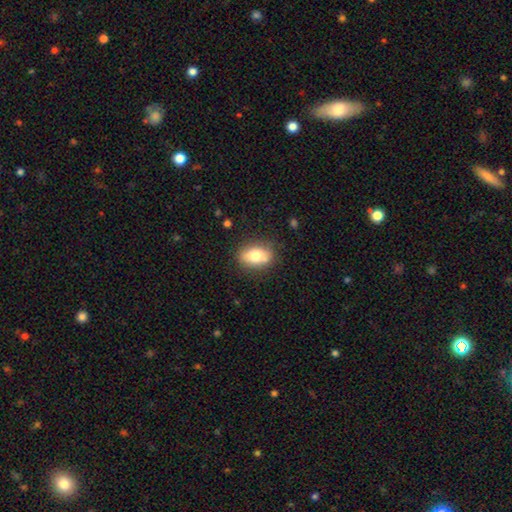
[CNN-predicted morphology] Smooth or featured? Predicted: smooth (p=0.75). How rounded? Predicted: in between (p=0.80). Merging? Predicted: none (p=0.78).